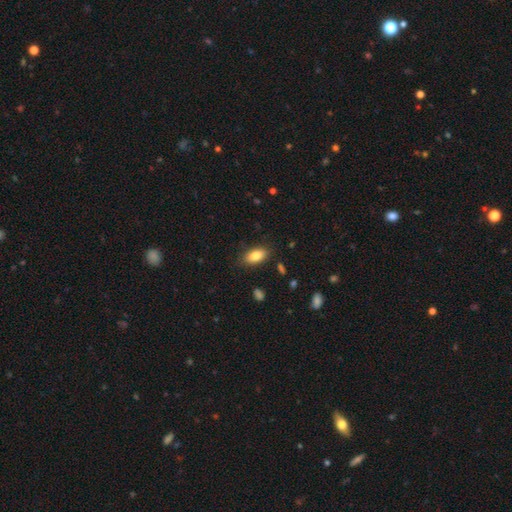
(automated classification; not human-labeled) Q: Smooth or featured?
A: smooth (83%); runner-up: featured or disk (9%)
Q: How rounded?
A: in between (90%); runner-up: cigar-shaped (5%)
Q: Merging?
A: none (85%); runner-up: minor disturbance (11%)